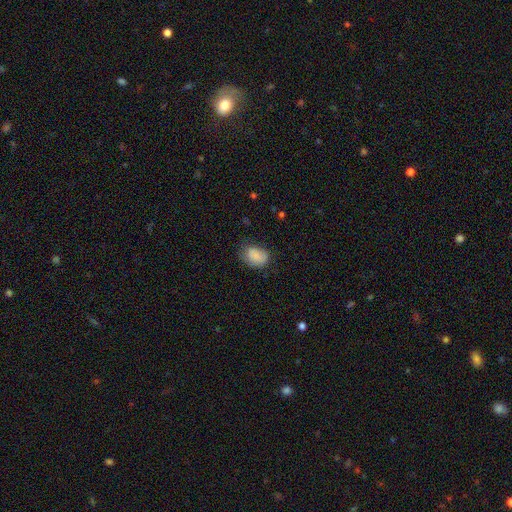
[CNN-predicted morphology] type=smooth (83%); roundness=in between (77%); merging=none (61%).